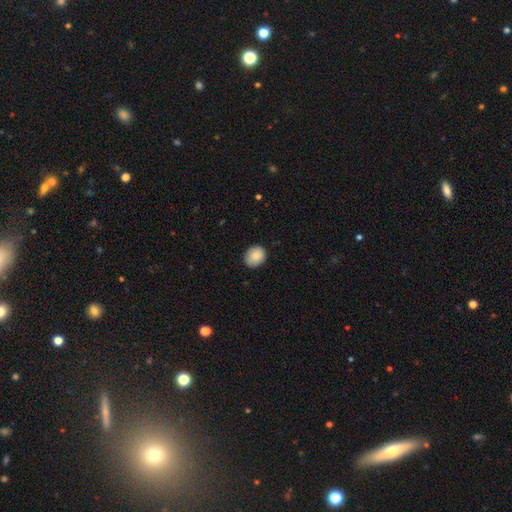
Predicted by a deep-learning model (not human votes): Smooth or featured: smooth — 87% (star or artifact — 8%)
How rounded: round — 58% (in between — 41%)
Merging: none — 87% (minor disturbance — 10%)